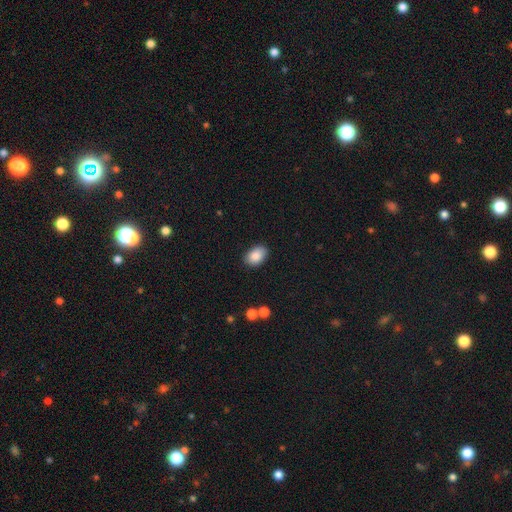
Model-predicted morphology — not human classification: This appears to be a smooth galaxy with no disk features (88%) that is in between round and cigar-shaped (86%). Merging: none (86%).